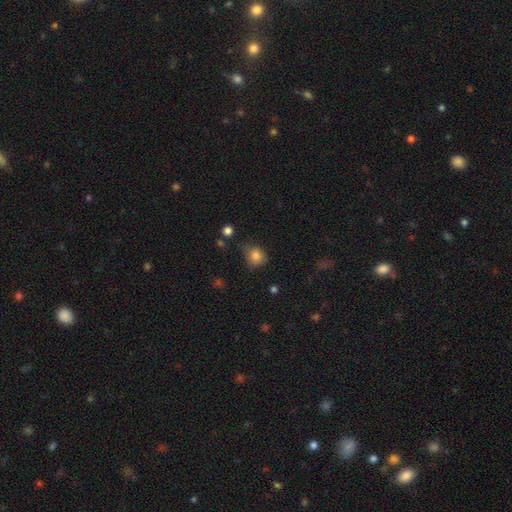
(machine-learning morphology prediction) Smooth or featured? smooth (81%)
How rounded? round (80%)
Merging? none (59%)